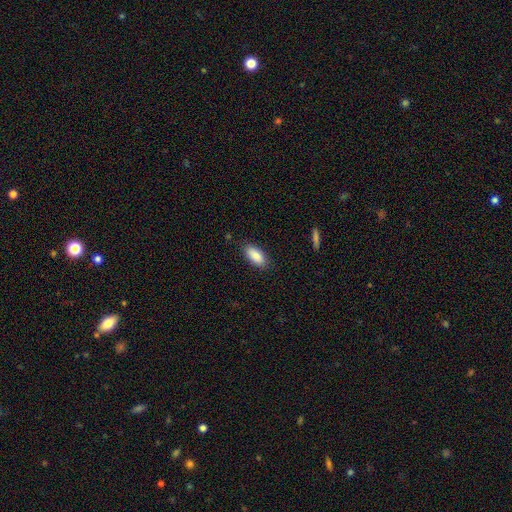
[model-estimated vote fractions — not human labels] Smooth or featured? Predicted: smooth (p=0.88). How rounded? Predicted: in between (p=0.87). Merging? Predicted: none (p=0.86).